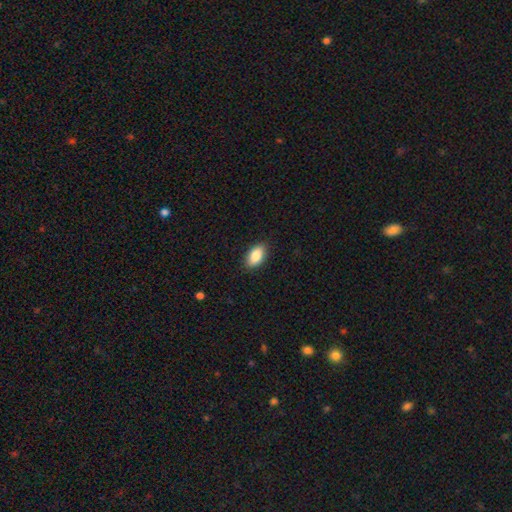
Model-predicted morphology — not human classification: Smooth or featured: smooth — 86% (featured or disk — 7%)
How rounded: in between — 92% (round — 4%)
Merging: none — 88% (minor disturbance — 9%)